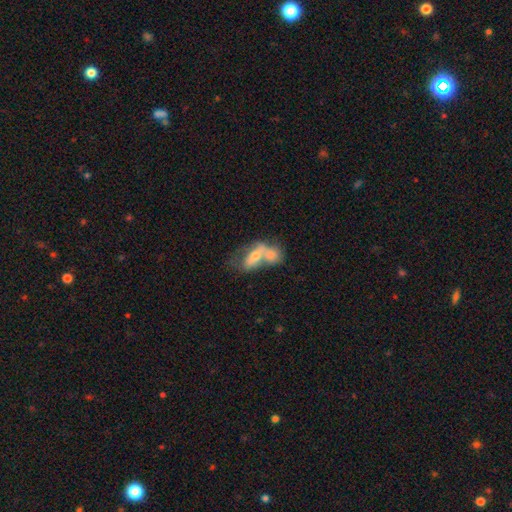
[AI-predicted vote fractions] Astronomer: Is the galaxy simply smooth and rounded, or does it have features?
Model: smooth — 53% (runner-up: featured or disk, 38%).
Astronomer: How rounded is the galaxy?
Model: in between — 78%.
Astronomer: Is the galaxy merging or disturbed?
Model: merger — 73%.